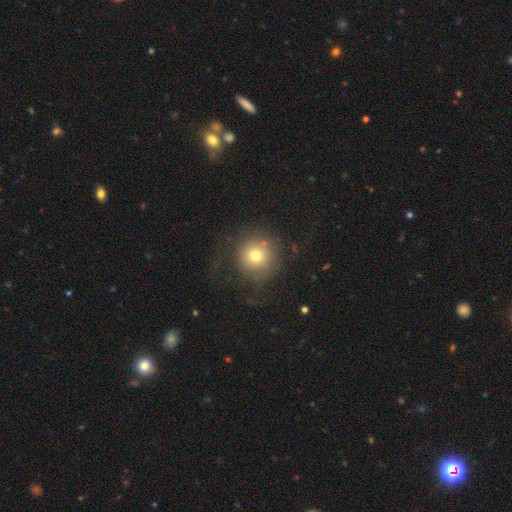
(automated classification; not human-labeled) Smooth or featured?
  - smooth: 69% *
  - featured or disk: 18%
  - star or artifact: 13%
How rounded?
  - round: 94% *
  - in between: 5%
  - cigar-shaped: 1%
Merging?
  - none: 68% *
  - major disturbance: 16%
  - minor disturbance: 14%
  - merger: 2%